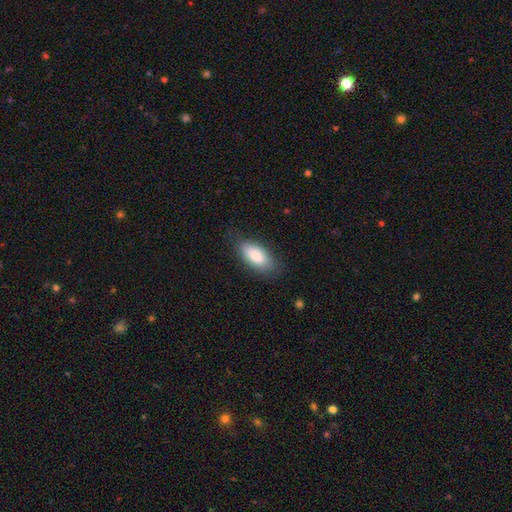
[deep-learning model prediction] This is clearly a smooth galaxy (82%). How rounded: clearly in between (90%). Merging: likely none (76%).